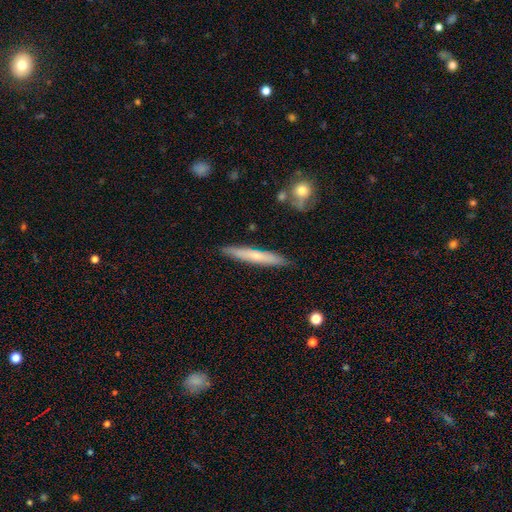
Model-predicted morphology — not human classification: This appears to be a smooth galaxy with no disk features (57%) that is cigar-shaped (95%). Merging: none (88%).